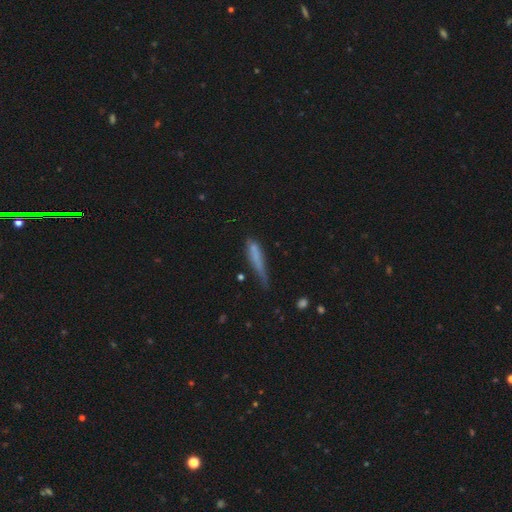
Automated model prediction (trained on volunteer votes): Morphology: type=smooth (67%); roundness=cigar-shaped (83%); merging=none (42%).